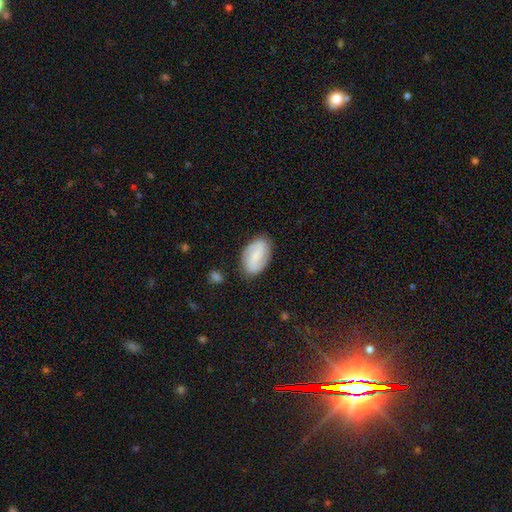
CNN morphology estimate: A featured or disk galaxy (60%) with a weak bar (45%), 2 (89%) medium (44%) spiral arms (93%) and a small central bulge (46%). Merging: none (83%).